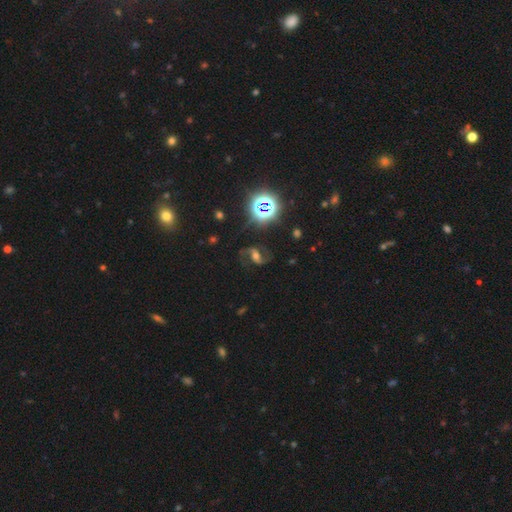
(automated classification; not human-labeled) A featured or disk galaxy (73%) with a strong bar (38%), 2 (93%) loose (59%) spiral arms (95%) and a moderate central bulge (60%). Merging: none (76%).